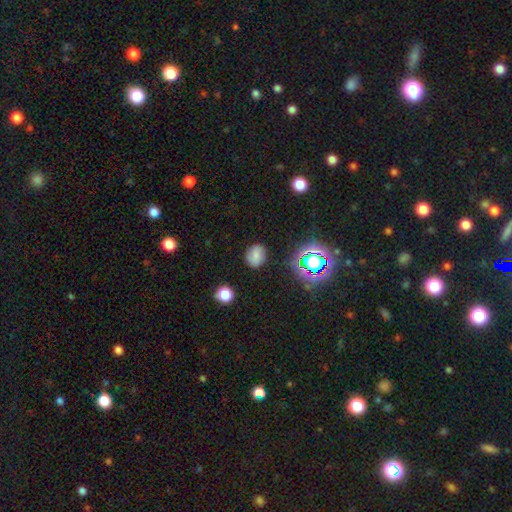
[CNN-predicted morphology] smooth_or_featured: smooth (p=0.73) [alt: star or artifact p=0.16]
how_rounded: in between (p=0.51) [alt: round p=0.48]
merging: none (p=0.83) [alt: minor disturbance p=0.12]